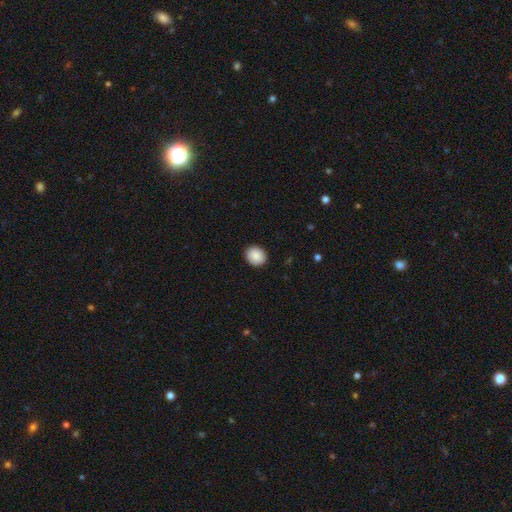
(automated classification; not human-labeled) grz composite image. It shows a smooth galaxy with no disk features (89%) that is round (70%). Merging: none (91%).